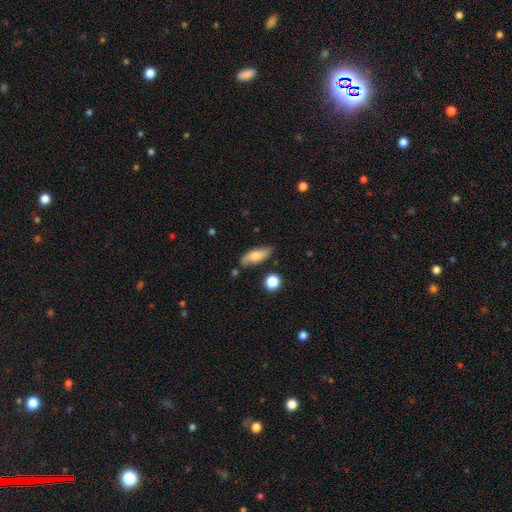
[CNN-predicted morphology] This appears to be a smooth galaxy with no disk features (68%) that is in between round and cigar-shaped (66%). Merging: none (73%).